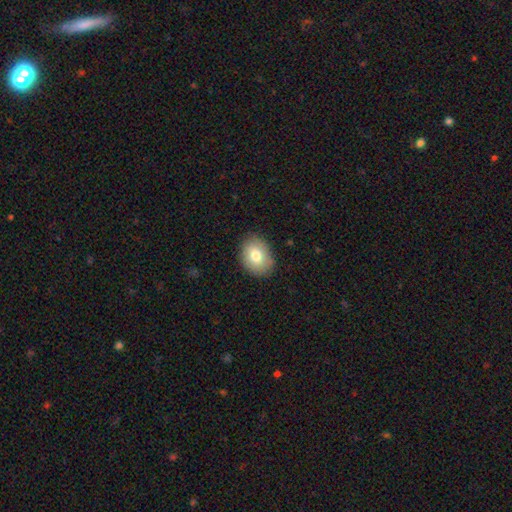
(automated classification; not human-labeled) Smooth or featured: smooth — 78% (featured or disk — 14%)
How rounded: in between — 68% (round — 31%)
Merging: none — 85% (minor disturbance — 11%)